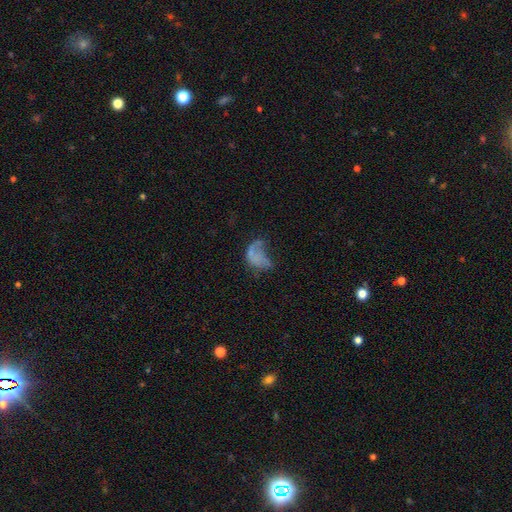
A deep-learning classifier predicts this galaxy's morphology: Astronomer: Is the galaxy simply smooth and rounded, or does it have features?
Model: smooth — 46% (runner-up: featured or disk, 39%).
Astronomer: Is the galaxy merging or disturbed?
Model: major disturbance — 51%.